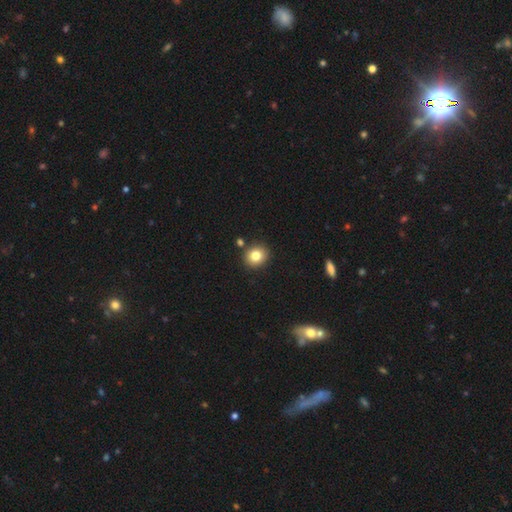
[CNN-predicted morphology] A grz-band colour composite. It shows a smooth galaxy with no disk features (81%) that is round (79%). Merging: none (85%).